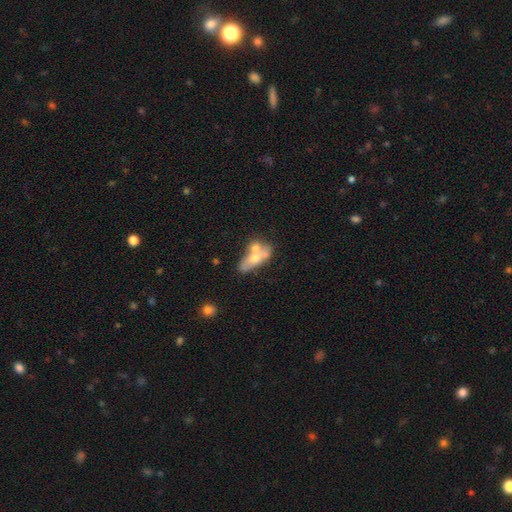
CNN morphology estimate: This is possibly a smooth galaxy (53%). How rounded: likely in between (73%). Merging: possibly merger (52%).